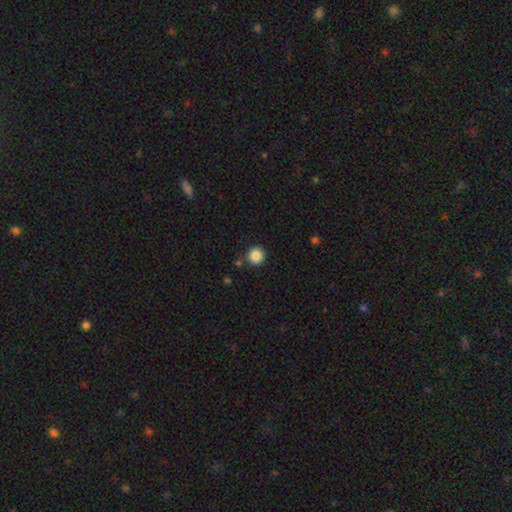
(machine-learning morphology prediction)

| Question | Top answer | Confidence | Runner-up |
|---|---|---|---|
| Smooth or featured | smooth | 87% | star or artifact (10%) |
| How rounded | round | 95% | in between (4%) |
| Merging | none | 88% | minor disturbance (7%) |